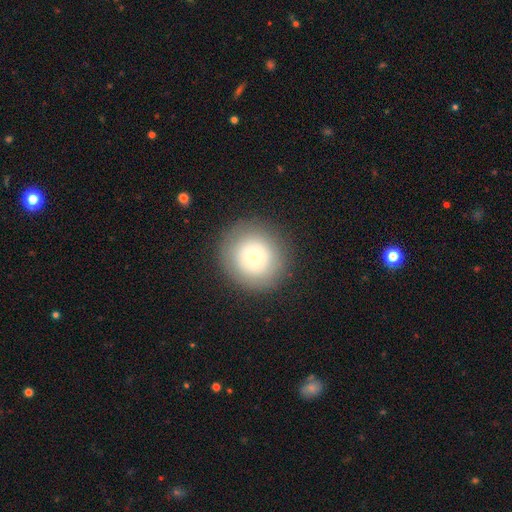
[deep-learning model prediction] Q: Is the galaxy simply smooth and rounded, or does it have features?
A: smooth — 64%.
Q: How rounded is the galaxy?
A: round — 92%.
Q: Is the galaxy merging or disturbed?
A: none — 86%.